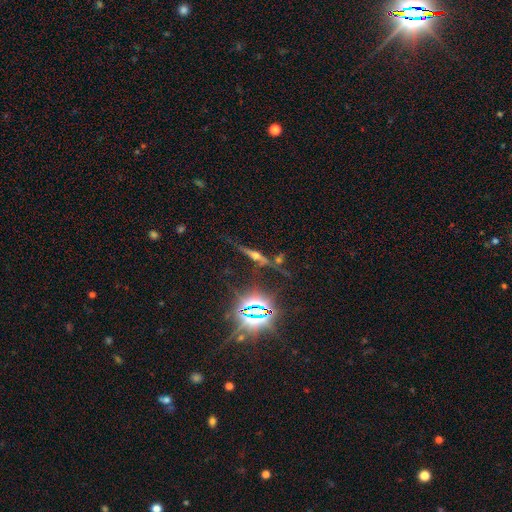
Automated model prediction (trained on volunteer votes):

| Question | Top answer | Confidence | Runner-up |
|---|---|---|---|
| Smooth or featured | featured or disk | 52% | star or artifact (29%) |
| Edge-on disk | yes | 89% | no (11%) |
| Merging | none | 66% | minor disturbance (16%) |